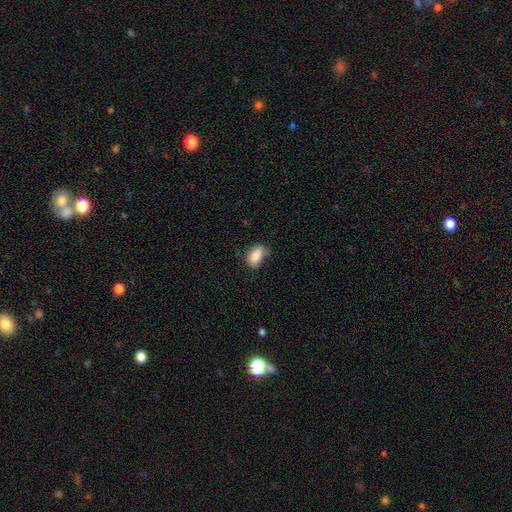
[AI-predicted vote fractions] smooth-or-featured: smooth: 86% | star or artifact: 8% | featured or disk: 7%
  how-rounded: in between: 89% | round: 8% | cigar-shaped: 2%
  merging: none: 67% | minor disturbance: 26% | major disturbance: 6% | merger: 2%